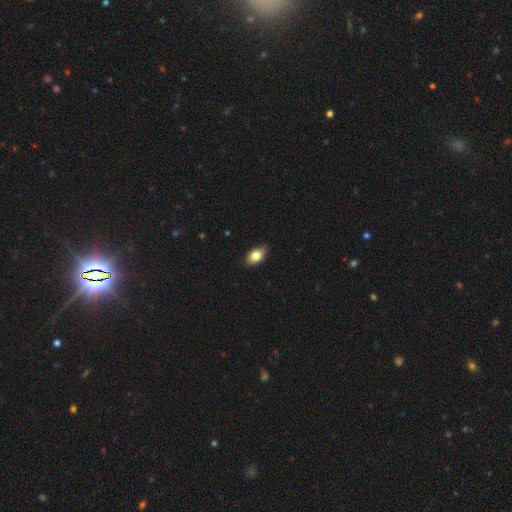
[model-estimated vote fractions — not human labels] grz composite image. It shows a smooth galaxy with no disk features (78%) that is in between round and cigar-shaped (87%). Merging: none (81%).